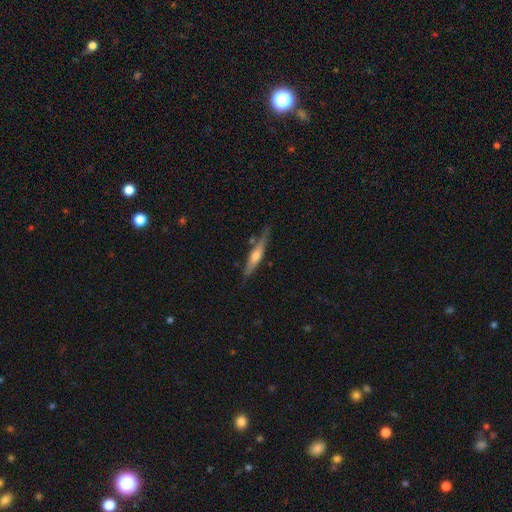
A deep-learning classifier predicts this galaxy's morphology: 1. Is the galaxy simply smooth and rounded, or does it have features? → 58% featured or disk, 37% smooth, 6% star or artifact.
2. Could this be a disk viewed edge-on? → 94% yes, 6% no.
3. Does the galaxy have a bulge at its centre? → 79% rounded, 11% none, 10% boxy.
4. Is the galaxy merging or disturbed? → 75% none, 17% minor disturbance, 5% merger, 4% major disturbance.